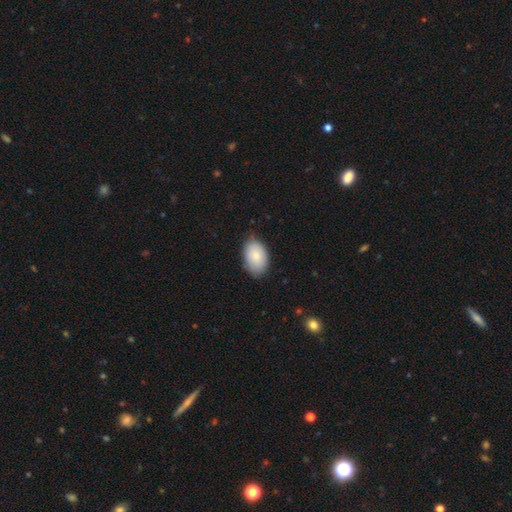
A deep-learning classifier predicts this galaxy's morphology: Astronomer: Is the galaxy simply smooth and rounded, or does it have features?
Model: smooth — 82%.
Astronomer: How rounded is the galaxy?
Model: in between — 90%.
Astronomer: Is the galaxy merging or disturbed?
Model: none — 79%.